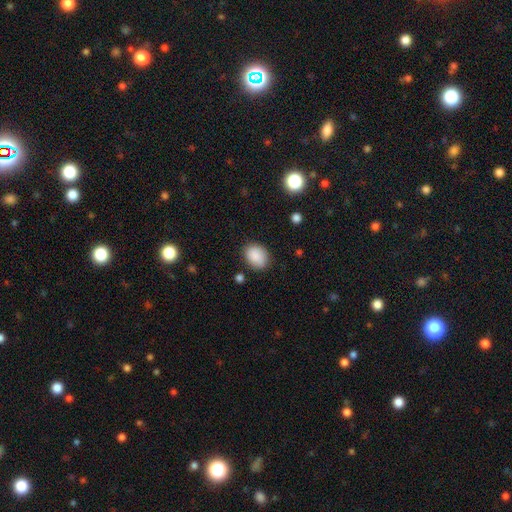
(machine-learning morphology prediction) type=smooth (88%); roundness=in between (56%); merging=none (80%).